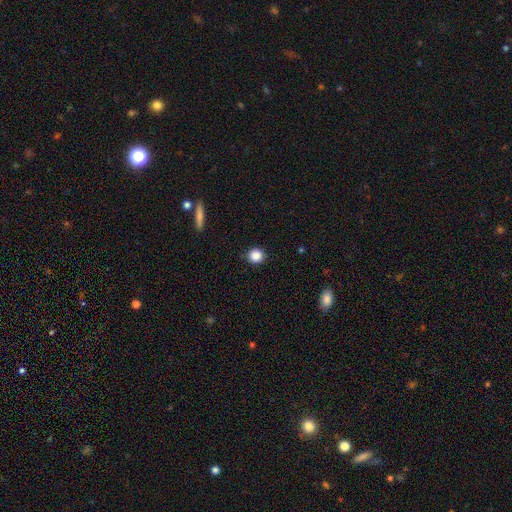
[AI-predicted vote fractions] This appears to be a smooth galaxy with no disk features (87%) that is round (91%). Merging: none (88%).